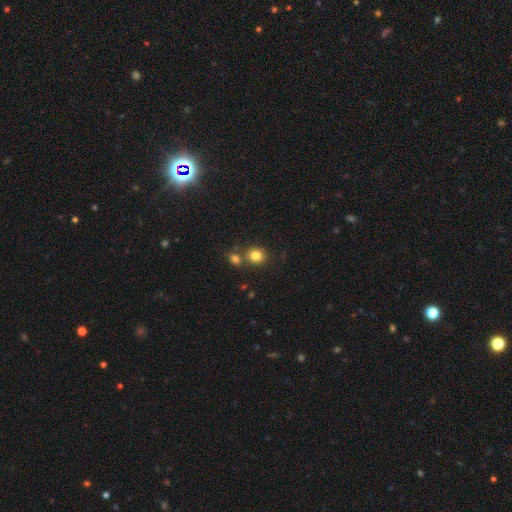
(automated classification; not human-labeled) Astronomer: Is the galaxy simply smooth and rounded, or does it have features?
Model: smooth — 82%.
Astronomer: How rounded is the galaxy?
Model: round — 74%.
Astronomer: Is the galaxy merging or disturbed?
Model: none — 64%.